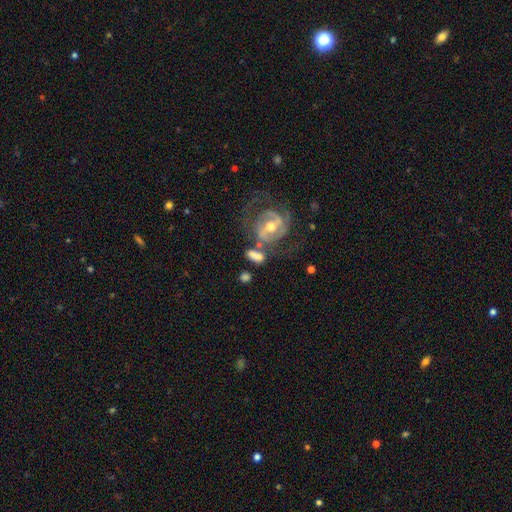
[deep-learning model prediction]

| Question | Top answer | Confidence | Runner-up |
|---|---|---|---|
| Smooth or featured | featured or disk | 46% | tied: smooth (46%) |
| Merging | none | 44% | merger (26%) |